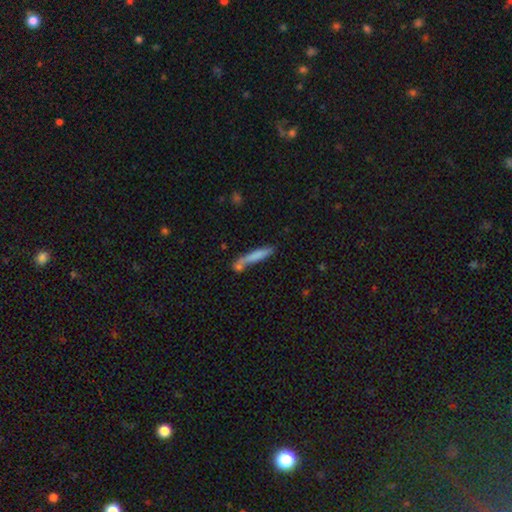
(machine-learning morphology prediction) Smooth or featured?
  - smooth: 71% *
  - featured or disk: 22%
  - star or artifact: 7%
How rounded?
  - cigar-shaped: 91% *
  - in between: 7%
  - round: 2%
Merging?
  - none: 57% *
  - merger: 21%
  - minor disturbance: 16%
  - major disturbance: 6%